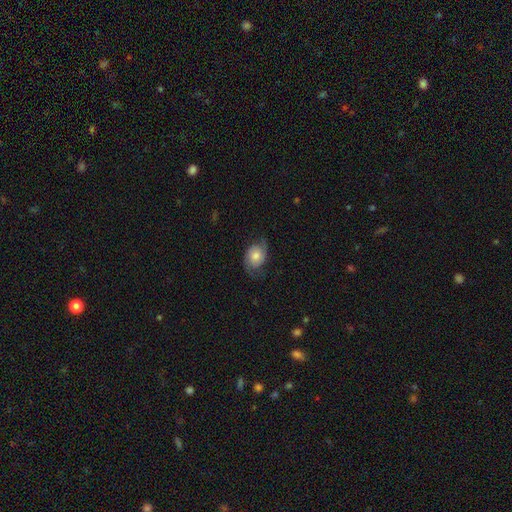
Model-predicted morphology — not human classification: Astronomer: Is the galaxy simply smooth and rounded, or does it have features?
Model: featured or disk — 53% (runner-up: smooth, 39%).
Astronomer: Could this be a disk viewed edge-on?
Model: no — 96%.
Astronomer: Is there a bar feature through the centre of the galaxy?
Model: no — 77%.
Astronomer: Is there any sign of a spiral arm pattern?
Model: yes — 87%.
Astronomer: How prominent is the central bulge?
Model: moderate — 51% (runner-up: small, 29%).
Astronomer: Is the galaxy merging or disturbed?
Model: none — 66%.